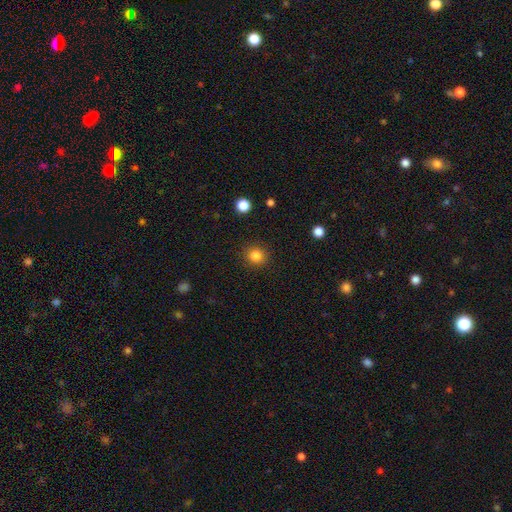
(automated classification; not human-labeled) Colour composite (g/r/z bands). It shows a smooth galaxy with no disk features (84%) that is round (91%). Merging: none (90%).